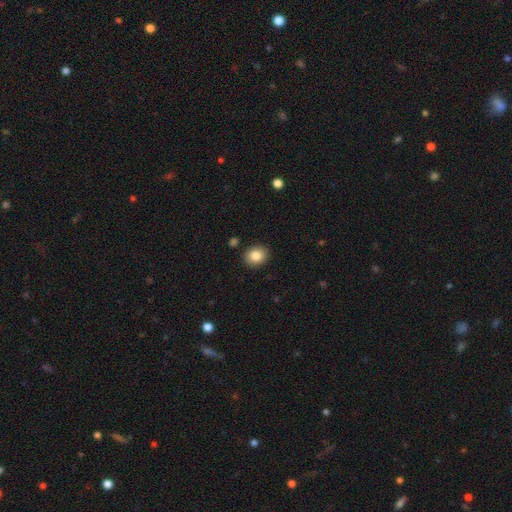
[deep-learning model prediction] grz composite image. It shows a smooth galaxy with no disk features (84%) that is round (68%). Merging: none (90%).